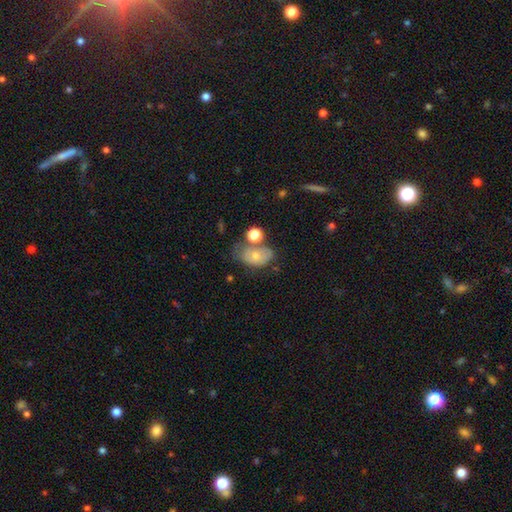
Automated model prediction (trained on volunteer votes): Smooth or featured?
  - smooth: 66% *
  - featured or disk: 25%
  - star or artifact: 9%
How rounded?
  - in between: 82% *
  - round: 17%
  - cigar-shaped: 1%
Merging?
  - none: 38% *
  - minor disturbance: 27%
  - merger: 21%
  - major disturbance: 15%